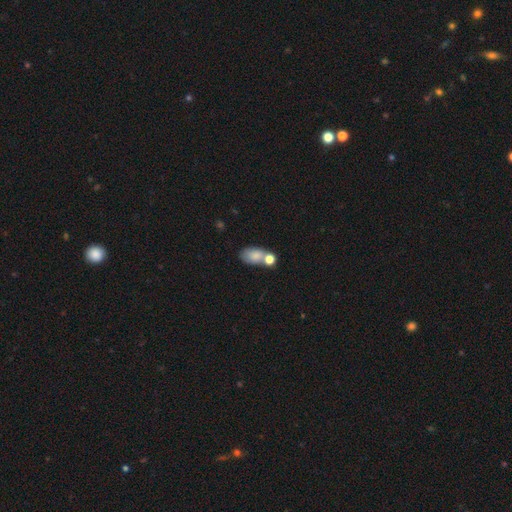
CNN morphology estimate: A smooth galaxy with no disk features (78%) that is in between round and cigar-shaped (86%). Merging: none (43%).